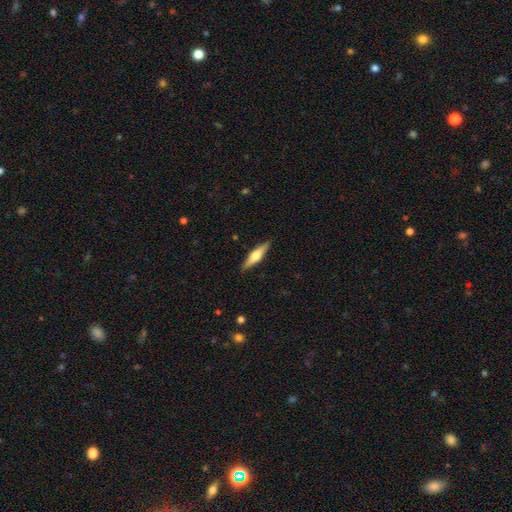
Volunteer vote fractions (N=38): Smooth or featured? 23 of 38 (61%) said featured or disk. Edge-on disk? 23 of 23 (100%) said yes. Edge-on bulge? 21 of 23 (91%) said rounded. Merging? 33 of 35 (94%) said none.